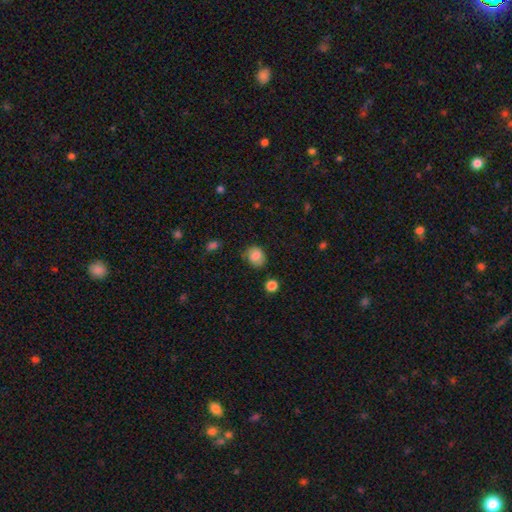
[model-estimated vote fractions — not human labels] Smooth or featured?
  - smooth: 81% *
  - featured or disk: 9%
  - star or artifact: 9%
How rounded?
  - round: 62% *
  - in between: 37%
  - cigar-shaped: 1%
Merging?
  - none: 73% *
  - minor disturbance: 20%
  - major disturbance: 5%
  - merger: 2%